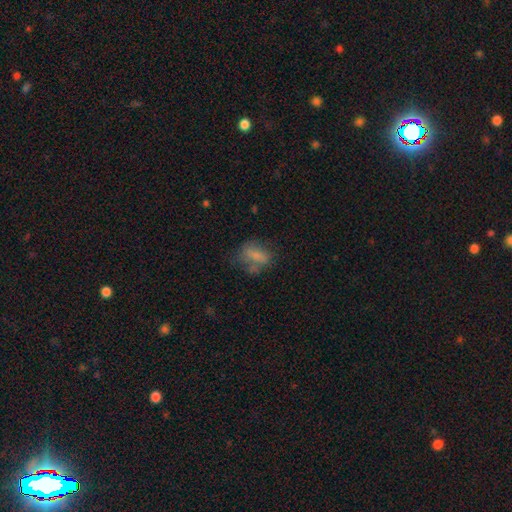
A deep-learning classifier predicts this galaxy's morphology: Smooth or featured? Predicted: smooth (p=0.64). How rounded? Predicted: in between (p=0.73). Merging? Predicted: none (p=0.48).